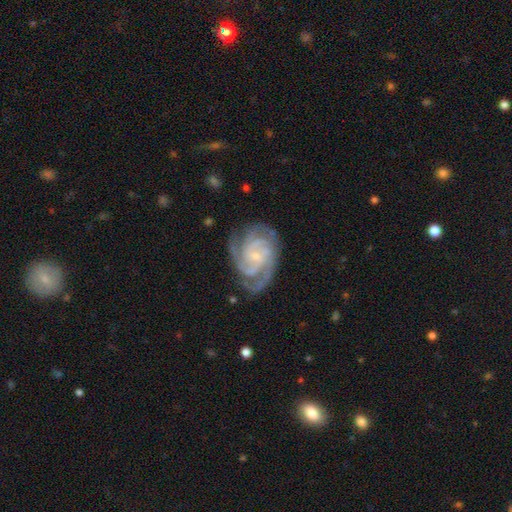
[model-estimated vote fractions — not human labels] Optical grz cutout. It shows a featured or disk galaxy (92%) with no bar (64%), 3 (46%) tight (61%) spiral arms (99%) and a small central bulge (79%). Merging: none (74%).